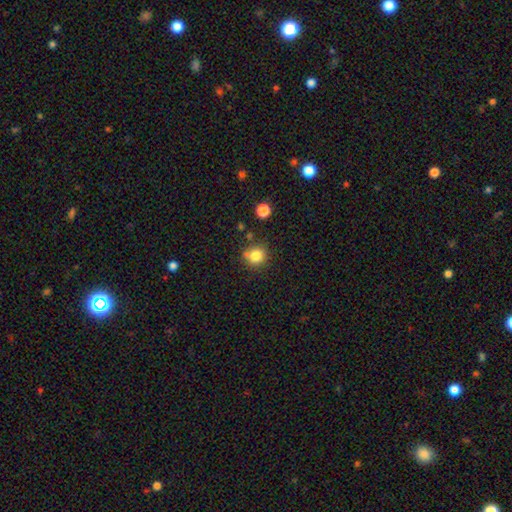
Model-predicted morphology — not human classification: smooth_or_featured: smooth (p=0.82) [alt: star or artifact p=0.12]
how_rounded: round (p=0.88) [alt: in between p=0.11]
merging: none (p=0.74) [alt: minor disturbance p=0.15]